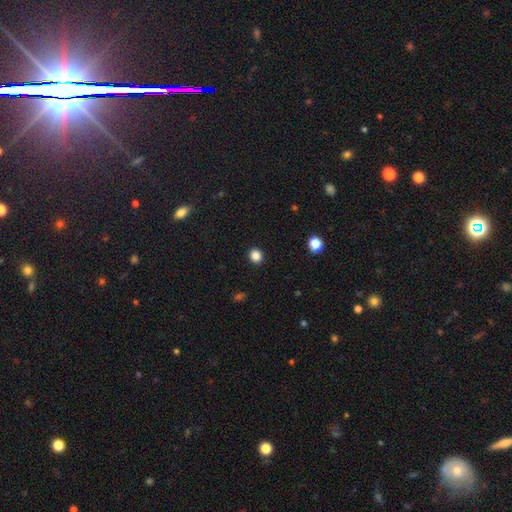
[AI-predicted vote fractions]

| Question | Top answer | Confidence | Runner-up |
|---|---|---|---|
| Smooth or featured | smooth | 85% | star or artifact (11%) |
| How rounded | round | 83% | in between (16%) |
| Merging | none | 92% | minor disturbance (5%) |